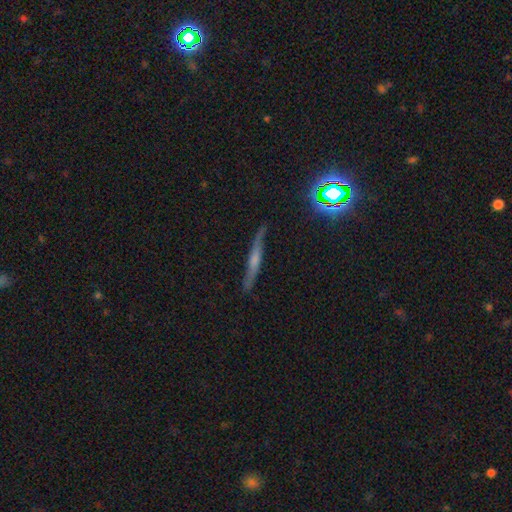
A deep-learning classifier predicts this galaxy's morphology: A featured or disk galaxy (68%) viewed edge-on (94%) with a rounded central bulge (71%). Merging: none (87%).